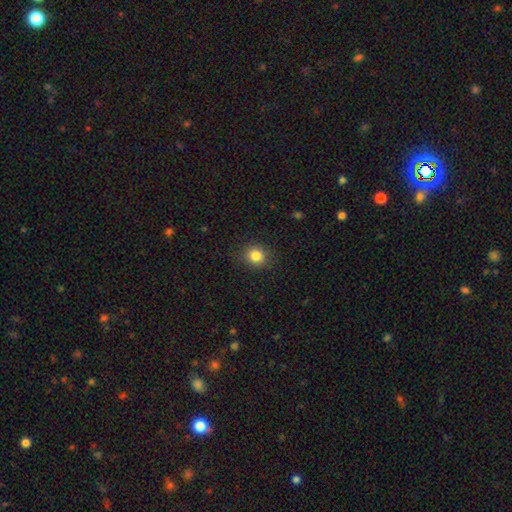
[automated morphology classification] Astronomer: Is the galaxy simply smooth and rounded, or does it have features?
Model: smooth — 83%.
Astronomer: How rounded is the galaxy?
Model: round — 81%.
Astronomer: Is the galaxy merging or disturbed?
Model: none — 88%.